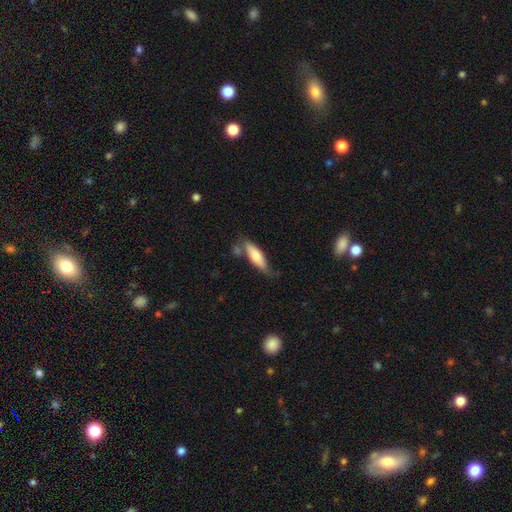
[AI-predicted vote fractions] Q: Smooth or featured?
A: smooth (72%); runner-up: featured or disk (23%)
Q: How rounded?
A: cigar-shaped (52%); runner-up: in between (46%)
Q: Merging?
A: none (57%); runner-up: minor disturbance (25%)